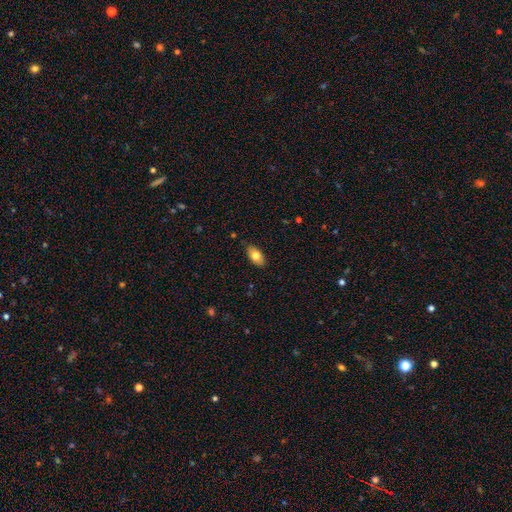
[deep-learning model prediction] Smooth or featured? smooth (78%)
How rounded? in between (91%)
Merging? none (83%)